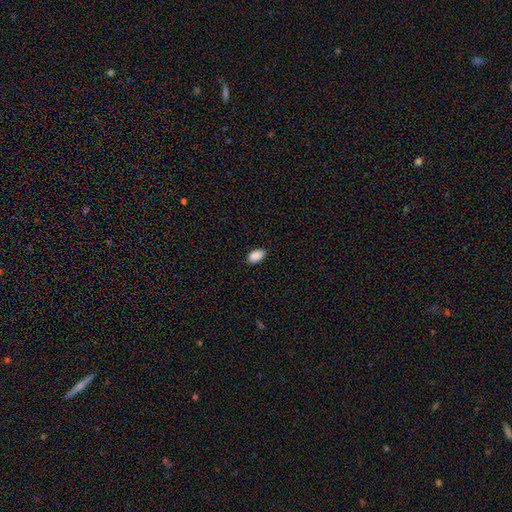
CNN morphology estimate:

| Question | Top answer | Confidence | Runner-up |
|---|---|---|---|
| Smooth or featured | smooth | 90% | star or artifact (7%) |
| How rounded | in between | 93% | round (6%) |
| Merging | none | 86% | minor disturbance (11%) |